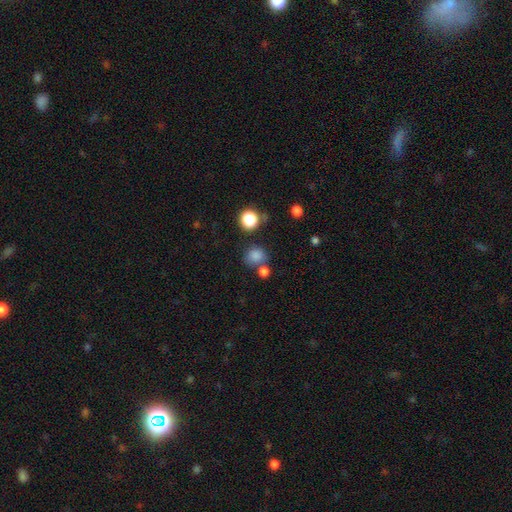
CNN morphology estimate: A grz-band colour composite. It shows a smooth galaxy with no disk features (81%) that is round (80%). Merging: none (65%).